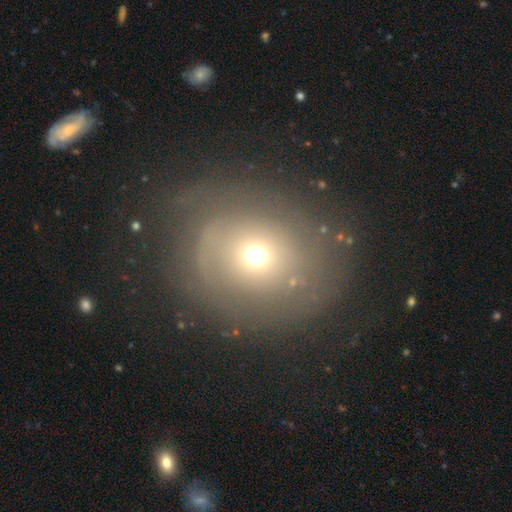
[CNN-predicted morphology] Q: Smooth or featured?
A: smooth (52%); runner-up: featured or disk (32%)
Q: How rounded?
A: round (79%); runner-up: in between (20%)
Q: Merging?
A: none (65%); runner-up: minor disturbance (19%)